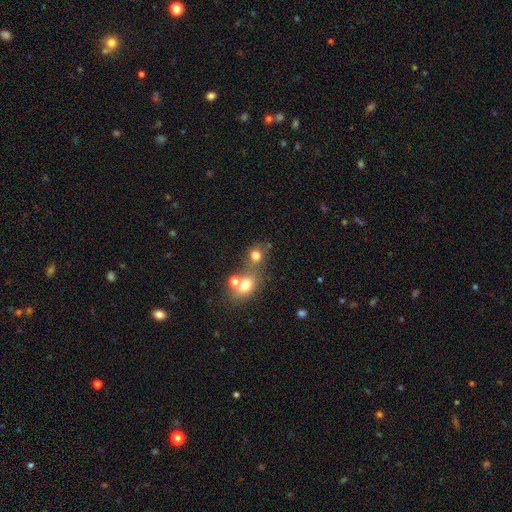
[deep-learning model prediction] smooth 75%, star or artifact 14%, featured or disk 11%. Down the decision tree: how rounded — round (71%); merging — none (46%).